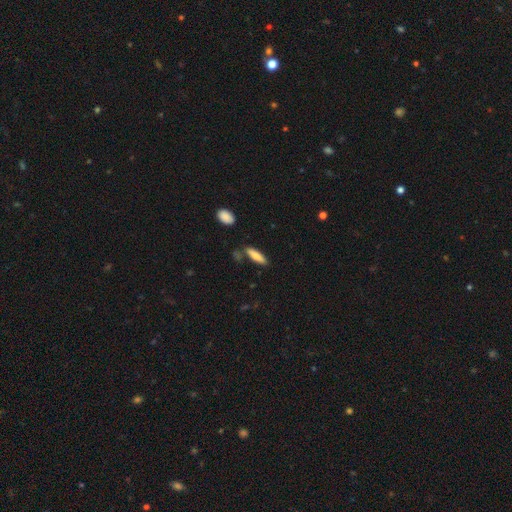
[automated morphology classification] A smooth galaxy with no disk features (80%) that is cigar-shaped (63%).

Vote fractions:
- Smooth or featured? smooth: 80% / featured or disk: 14% / star or artifact: 6%
- How rounded? cigar-shaped: 63% / in between: 35% / round: 2%
- Merging? none: 76% / minor disturbance: 15% / merger: 6% / major disturbance: 3%